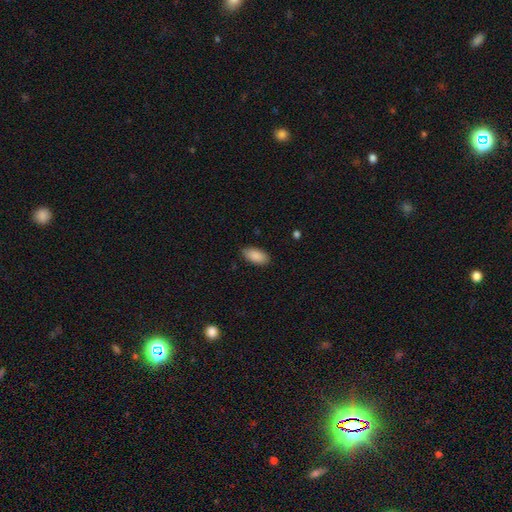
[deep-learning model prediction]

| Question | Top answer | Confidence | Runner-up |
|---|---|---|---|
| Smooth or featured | smooth | 90% | star or artifact (6%) |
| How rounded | in between | 93% | cigar-shaped (5%) |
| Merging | none | 88% | minor disturbance (9%) |